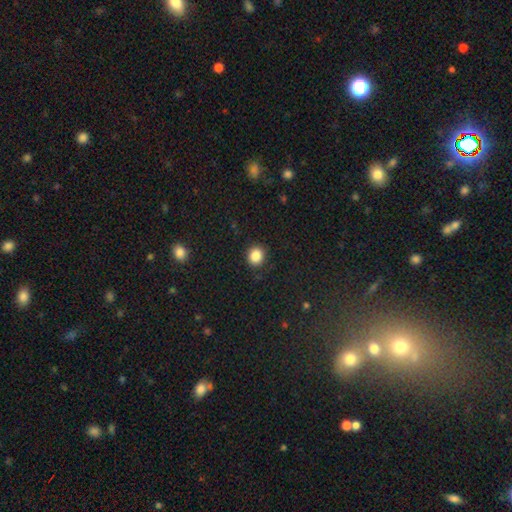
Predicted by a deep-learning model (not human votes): This is clearly a smooth galaxy (86%). How rounded: likely round (78%). Merging: clearly none (90%).